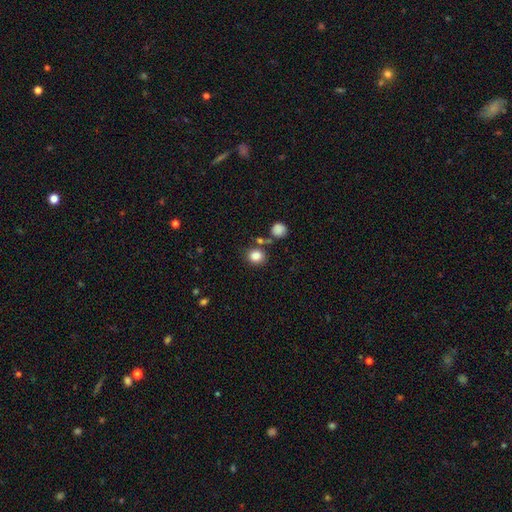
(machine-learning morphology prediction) smooth-or-featured: smooth: 84% | star or artifact: 11% | featured or disk: 5%
  how-rounded: round: 76% | in between: 23% | cigar-shaped: 1%
  merging: none: 75% | minor disturbance: 11% | merger: 11% | major disturbance: 4%